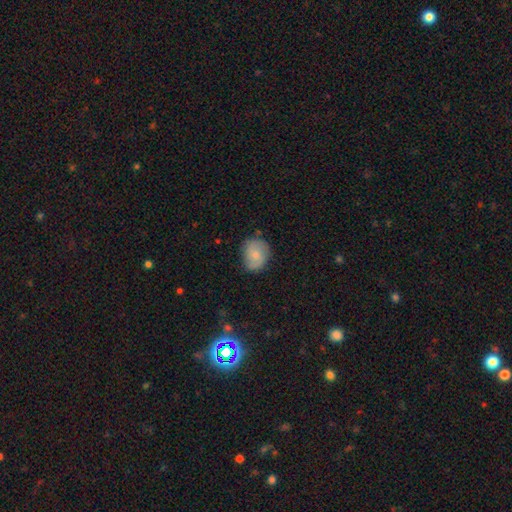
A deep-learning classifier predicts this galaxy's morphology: smooth 66%, featured or disk 26%, star or artifact 7%. Down the decision tree: how rounded — round (63%); merging — none (70%).